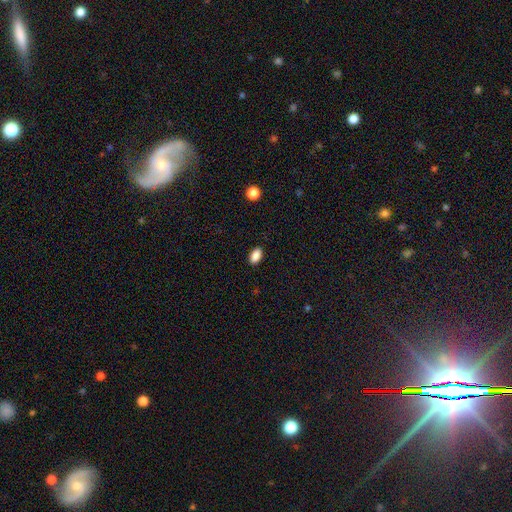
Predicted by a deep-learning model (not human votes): This appears to be a smooth galaxy with no disk features (88%) that is in between round and cigar-shaped (92%). Merging: none (89%).